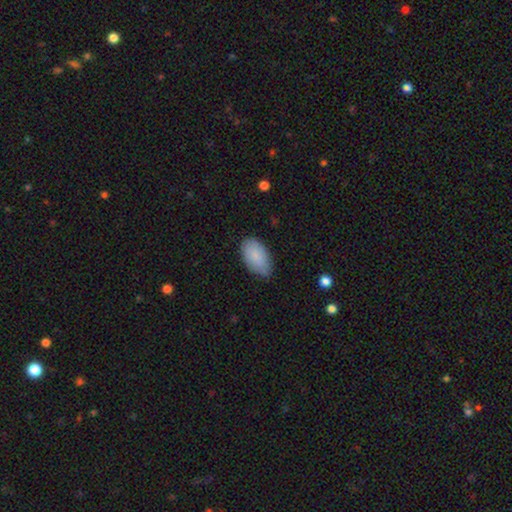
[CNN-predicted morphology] Smooth or featured? Predicted: smooth (p=0.85). How rounded? Predicted: in between (p=0.95). Merging? Predicted: none (p=0.72).